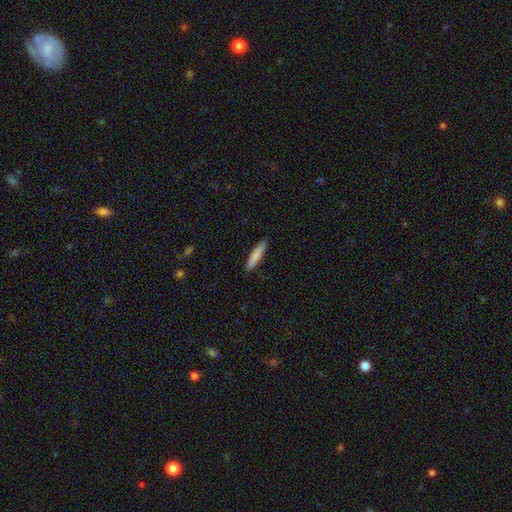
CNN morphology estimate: smooth_or_featured: smooth (p=0.84) [alt: featured or disk p=0.10]
how_rounded: cigar-shaped (p=0.88) [alt: in between p=0.10]
merging: none (p=0.91) [alt: minor disturbance p=0.07]